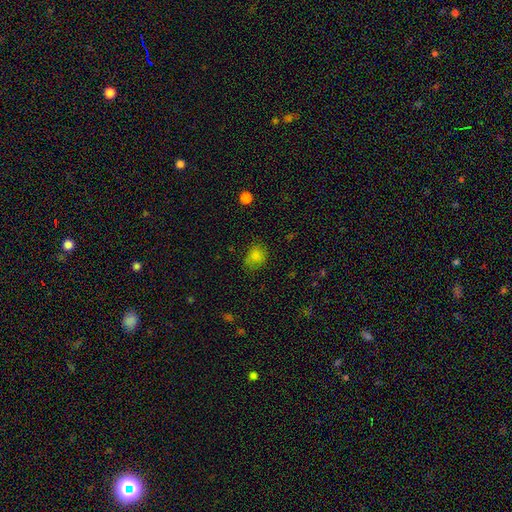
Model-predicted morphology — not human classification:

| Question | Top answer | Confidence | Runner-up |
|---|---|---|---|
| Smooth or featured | smooth | 79% | star or artifact (14%) |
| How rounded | round | 56% | in between (43%) |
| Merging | none | 73% | minor disturbance (20%) |